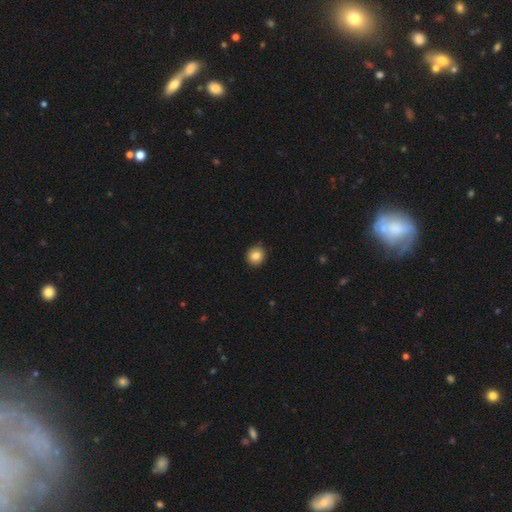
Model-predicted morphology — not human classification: A smooth galaxy with no disk features (84%) that is round (87%). Merging: none (87%).